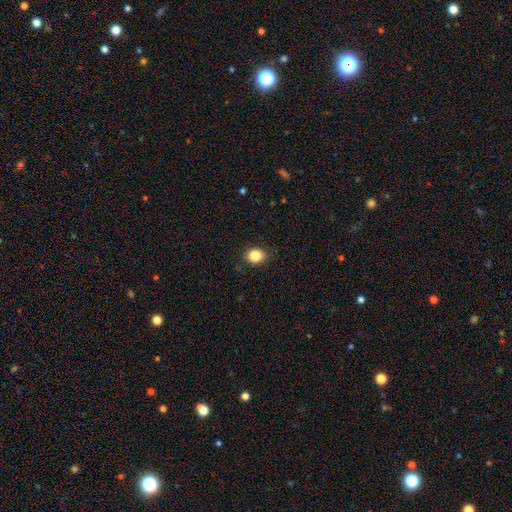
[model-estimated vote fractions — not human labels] This is clearly a smooth galaxy (86%). How rounded: possibly round (54%). Merging: clearly none (85%).